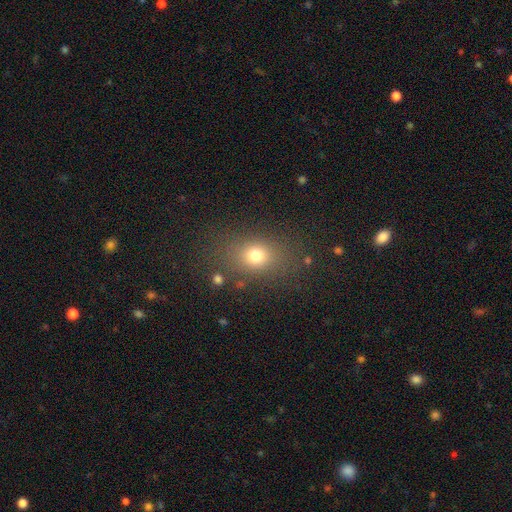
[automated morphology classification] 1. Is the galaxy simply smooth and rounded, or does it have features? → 75% smooth, 16% star or artifact, 10% featured or disk.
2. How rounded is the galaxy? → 58% in between, 40% round, 2% cigar-shaped.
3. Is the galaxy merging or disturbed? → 78% none, 12% minor disturbance, 7% major disturbance, 3% merger.